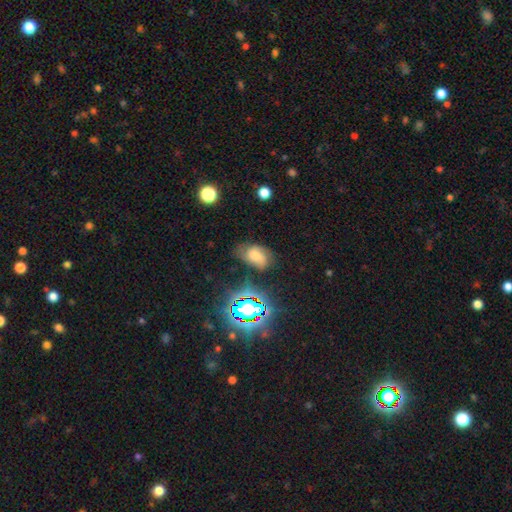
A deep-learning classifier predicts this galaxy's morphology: The model was most divided on "merging": none: 53%, minor disturbance: 30%, major disturbance: 14%, merger: 4%. More confident: how rounded — in between (85%); smooth or featured — smooth (55%).